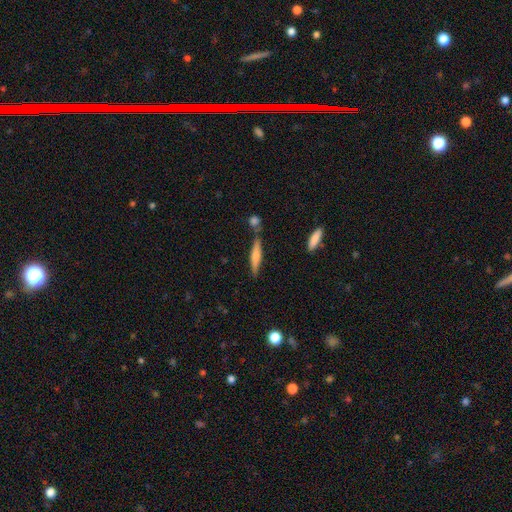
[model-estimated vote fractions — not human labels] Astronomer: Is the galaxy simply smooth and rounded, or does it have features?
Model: smooth — 61%.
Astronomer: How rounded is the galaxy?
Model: cigar-shaped — 85%.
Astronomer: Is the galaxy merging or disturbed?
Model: none — 72%.